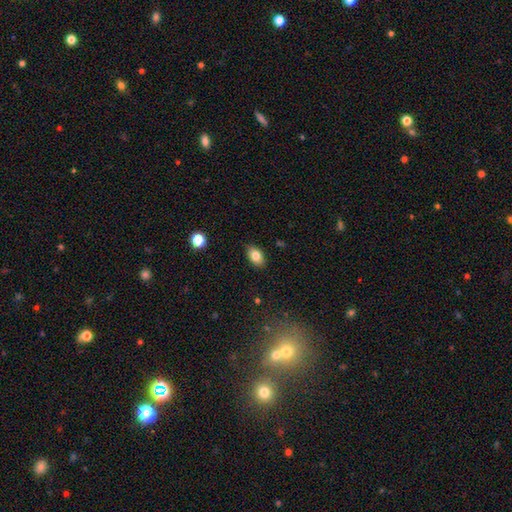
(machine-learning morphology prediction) smooth-or-featured: smooth: 82% | featured or disk: 9% | star or artifact: 9%
  how-rounded: in between: 88% | round: 10% | cigar-shaped: 2%
  merging: none: 87% | minor disturbance: 10% | major disturbance: 2% | merger: 1%